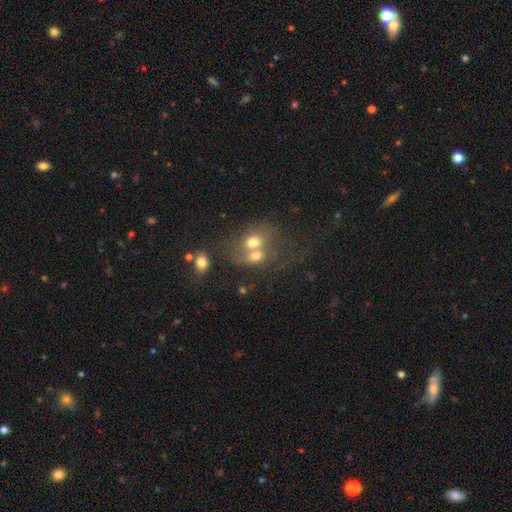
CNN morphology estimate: A smooth galaxy with no disk features (65%) that is in between round and cigar-shaped (52%).

Vote fractions:
- Smooth or featured? smooth: 65% / featured or disk: 23% / star or artifact: 13%
- How rounded? in between: 52% / round: 47% / cigar-shaped: 1%
- Merging? merger: 67% / none: 19% / major disturbance: 8% / minor disturbance: 7%